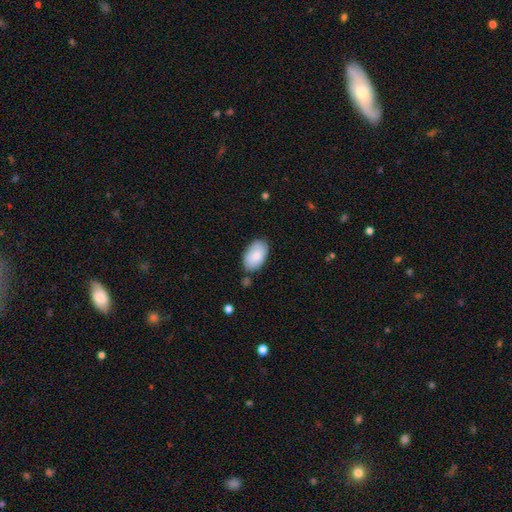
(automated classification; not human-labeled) Smooth or featured?
  - smooth: 84% *
  - featured or disk: 10%
  - star or artifact: 6%
How rounded?
  - in between: 94% *
  - round: 5%
  - cigar-shaped: 1%
Merging?
  - none: 78% *
  - minor disturbance: 16%
  - merger: 3%
  - major disturbance: 3%